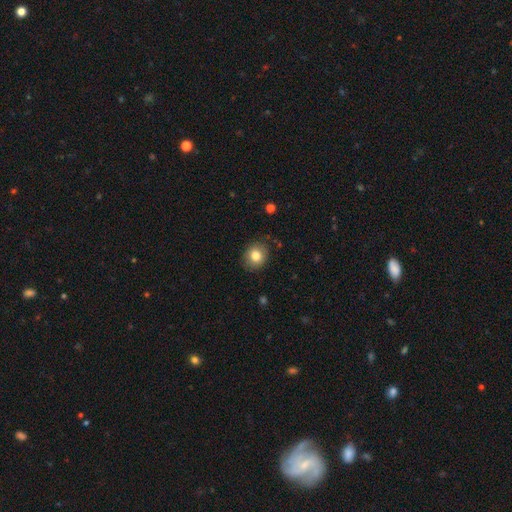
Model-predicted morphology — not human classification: type=smooth (82%); roundness=round (75%); merging=none (87%).